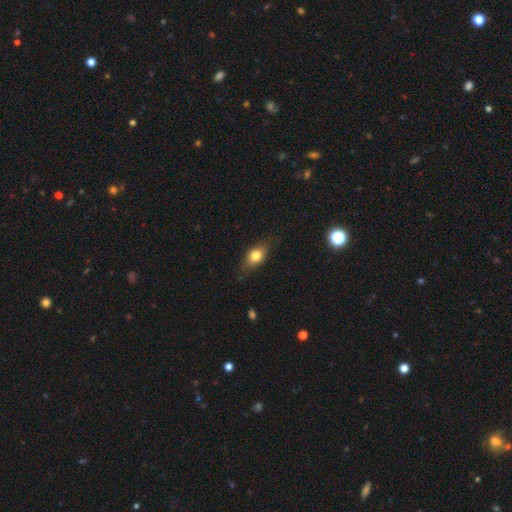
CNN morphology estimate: smooth-or-featured: smooth: 72% | featured or disk: 19% | star or artifact: 9%
  how-rounded: in between: 71% | round: 21% | cigar-shaped: 8%
  merging: none: 74% | minor disturbance: 20% | major disturbance: 5% | merger: 1%